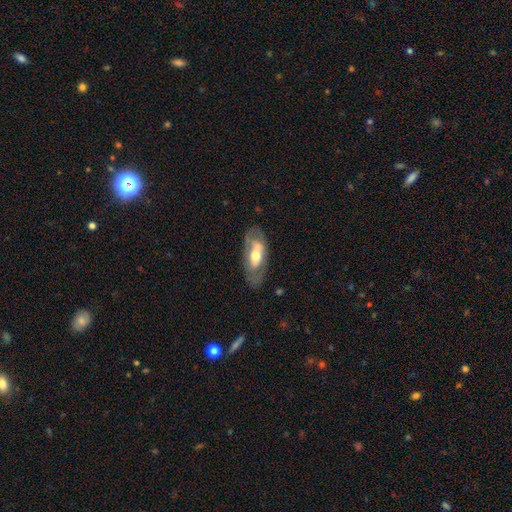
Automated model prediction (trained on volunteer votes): A featured or disk galaxy (54%). Merging: none (70%).